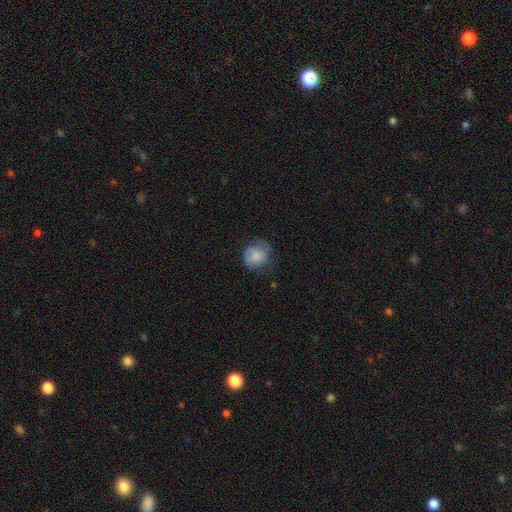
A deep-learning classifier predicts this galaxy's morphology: Smooth or featured? Predicted: smooth (p=0.73). How rounded? Predicted: round (p=0.75). Merging? Predicted: none (p=0.56).